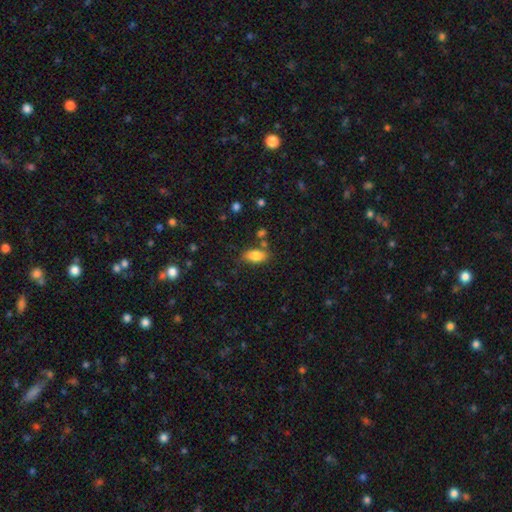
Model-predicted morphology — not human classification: Overall: smooth (82%). How rounded: in between (89%). Merging: none (72%).